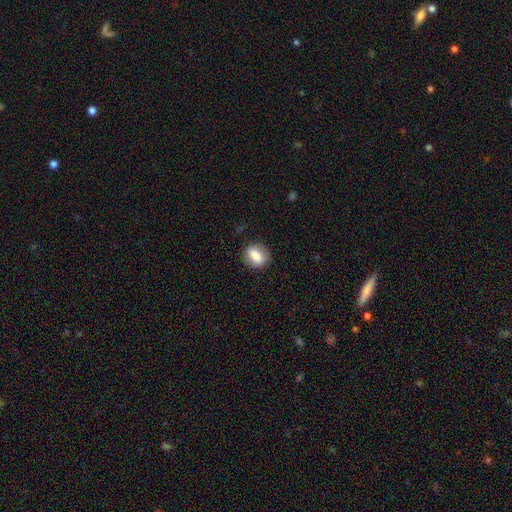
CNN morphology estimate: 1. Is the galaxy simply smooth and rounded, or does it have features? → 79% smooth, 14% featured or disk, 8% star or artifact.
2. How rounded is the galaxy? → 61% in between, 36% round, 3% cigar-shaped.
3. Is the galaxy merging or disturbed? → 83% none, 12% minor disturbance, 4% major disturbance, 1% merger.